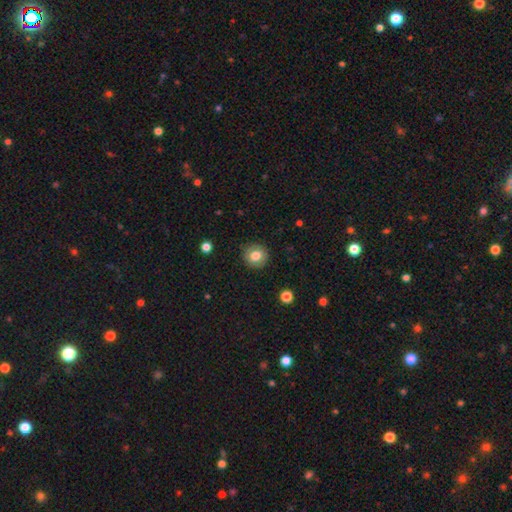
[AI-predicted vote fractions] Smooth or featured? Predicted: smooth (p=0.78). How rounded? Predicted: round (p=0.90). Merging? Predicted: none (p=0.89).